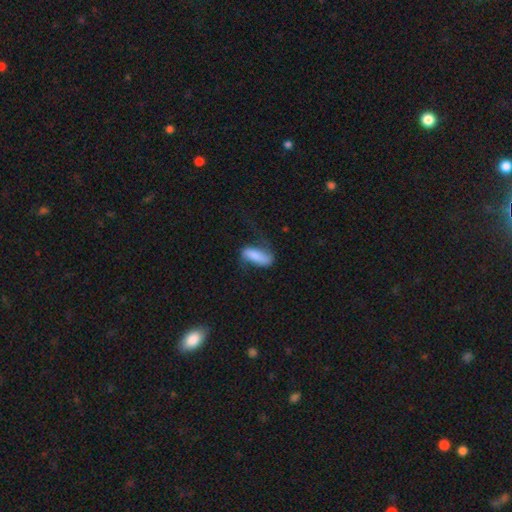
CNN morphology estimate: This is likely a smooth galaxy (64%). How rounded: likely in between (68%). Merging: marginally none (42%).